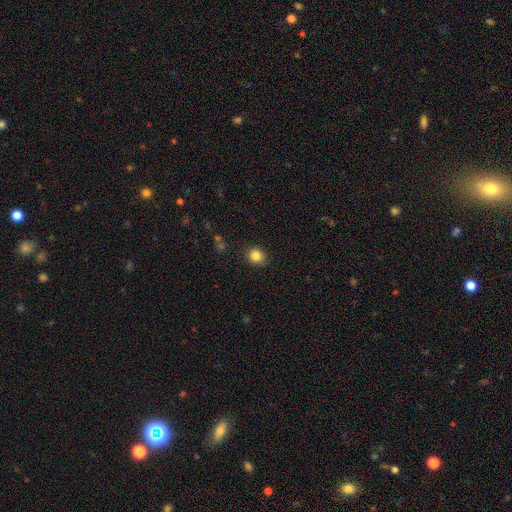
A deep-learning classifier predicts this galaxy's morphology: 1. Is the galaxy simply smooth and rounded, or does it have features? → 85% smooth, 10% star or artifact, 4% featured or disk.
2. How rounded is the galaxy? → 70% round, 29% in between, 1% cigar-shaped.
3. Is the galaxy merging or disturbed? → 86% none, 10% minor disturbance, 3% major disturbance, 1% merger.